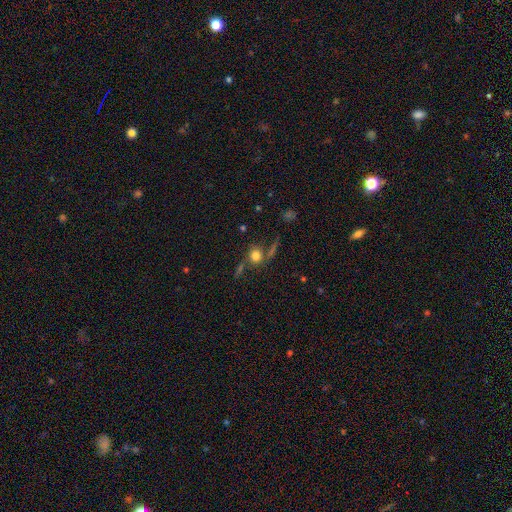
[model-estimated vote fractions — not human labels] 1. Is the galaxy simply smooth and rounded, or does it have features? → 66% smooth, 17% star or artifact, 17% featured or disk.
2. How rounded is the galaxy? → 84% round, 14% in between, 3% cigar-shaped.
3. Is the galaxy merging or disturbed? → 64% none, 14% merger, 13% minor disturbance, 9% major disturbance.